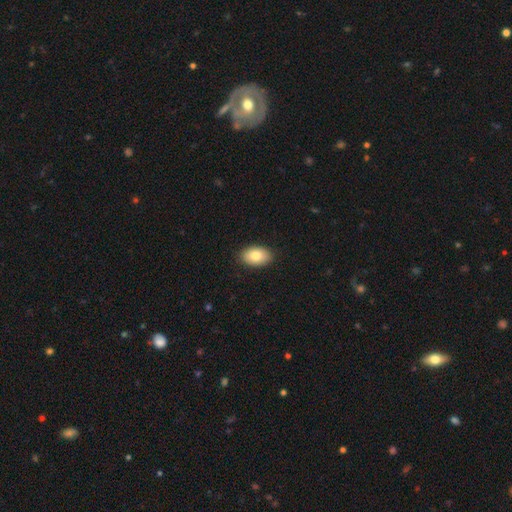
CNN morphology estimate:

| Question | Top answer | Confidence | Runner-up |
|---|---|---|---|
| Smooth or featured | smooth | 82% | featured or disk (11%) |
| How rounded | in between | 91% | round (7%) |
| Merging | none | 89% | minor disturbance (9%) |